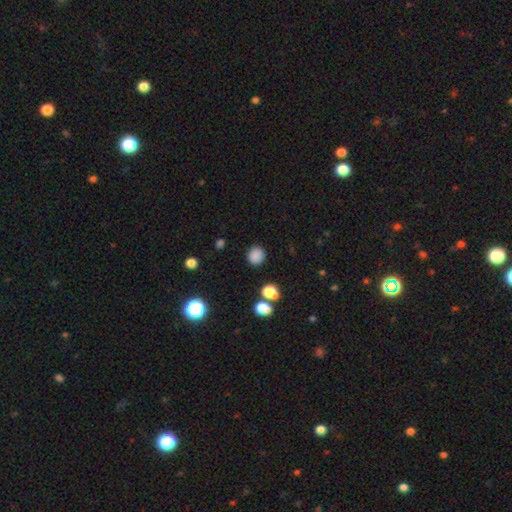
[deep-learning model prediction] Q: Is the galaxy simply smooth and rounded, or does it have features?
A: smooth — 83%.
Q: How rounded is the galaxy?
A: round — 87%.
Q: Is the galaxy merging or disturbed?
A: none — 85%.